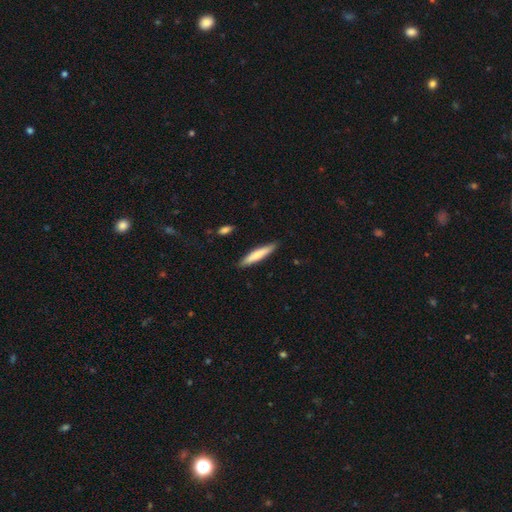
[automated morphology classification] Q: Smooth or featured?
A: smooth (74%); runner-up: featured or disk (21%)
Q: How rounded?
A: cigar-shaped (90%); runner-up: in between (9%)
Q: Merging?
A: none (89%); runner-up: minor disturbance (8%)